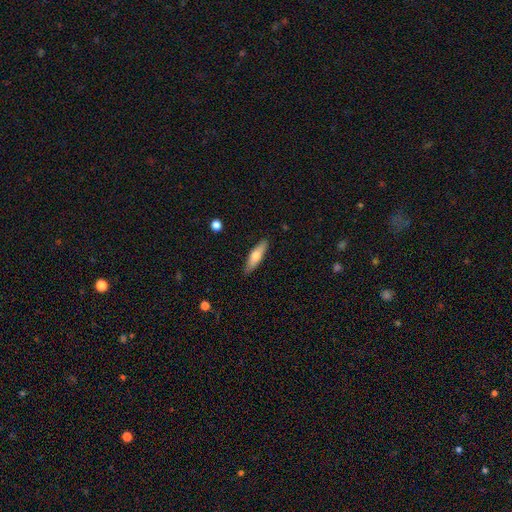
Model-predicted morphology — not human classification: Q: Smooth or featured?
A: smooth (63%); runner-up: featured or disk (31%)
Q: How rounded?
A: cigar-shaped (61%); runner-up: in between (37%)
Q: Merging?
A: none (86%); runner-up: minor disturbance (11%)